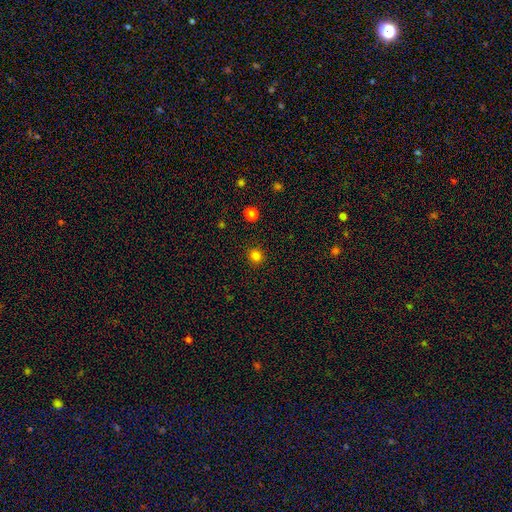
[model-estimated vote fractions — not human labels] This is clearly a smooth galaxy (82%). How rounded: clearly round (87%). Merging: clearly none (90%).